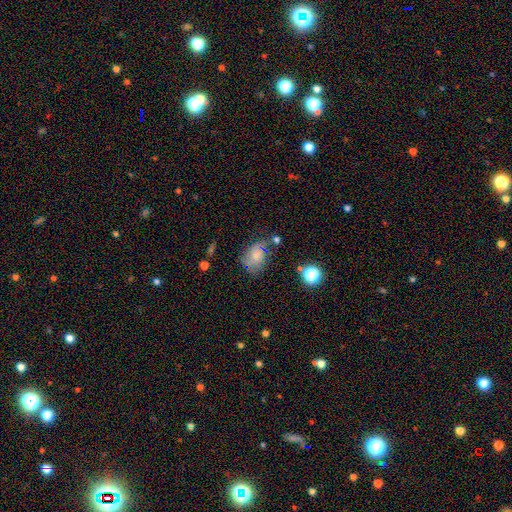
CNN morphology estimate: smooth 59%, featured or disk 27%, star or artifact 14%. Down the decision tree: how rounded — in between (72%); merging — none (45%).